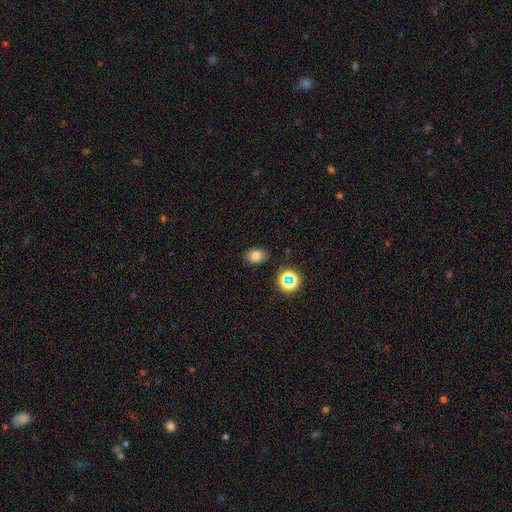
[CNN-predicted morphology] Overall: smooth (76%). How rounded: in between (76%). Merging: none (85%).